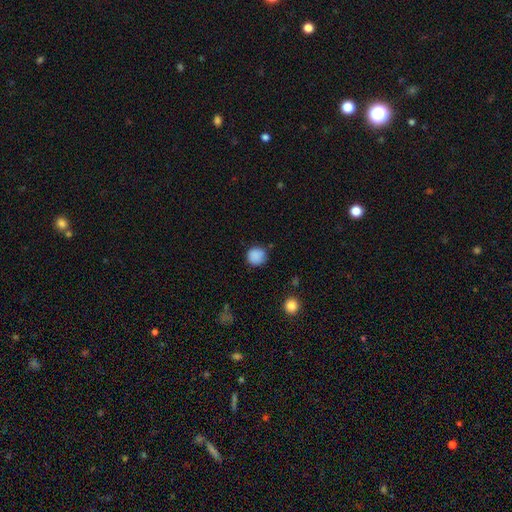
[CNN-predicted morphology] Smooth or featured? smooth (87%)
How rounded? round (90%)
Merging? none (81%)